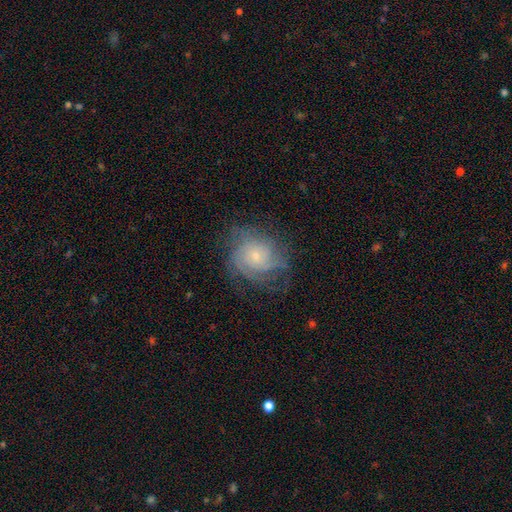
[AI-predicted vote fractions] A featured or disk galaxy (67%) with no bar (81%), tight (54%) spiral arms (88%) and a small central bulge (72%). Merging: none (65%).